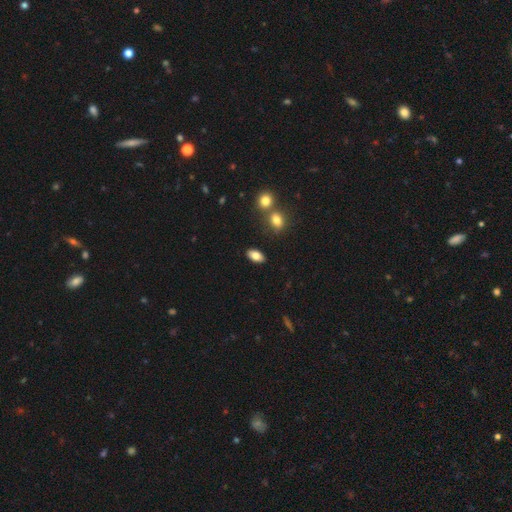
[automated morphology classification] Q: Smooth or featured?
A: smooth (80%); runner-up: featured or disk (12%)
Q: How rounded?
A: in between (91%); runner-up: round (5%)
Q: Merging?
A: none (86%); runner-up: minor disturbance (9%)